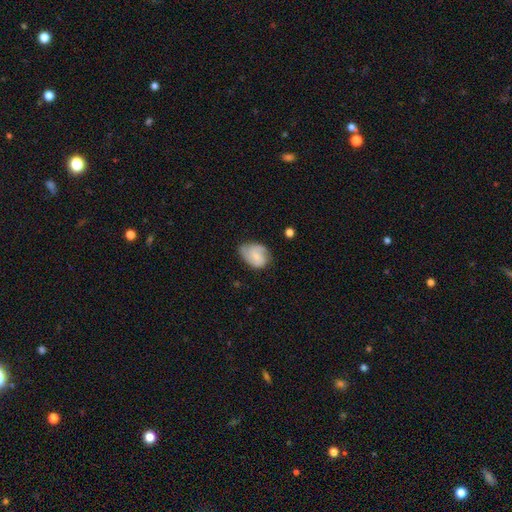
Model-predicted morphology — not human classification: type=featured or disk (53%); edge-on=no (97%); bar=no (58%); spiral arms=yes (89%); bulge=small (56%); merging=none (58%).